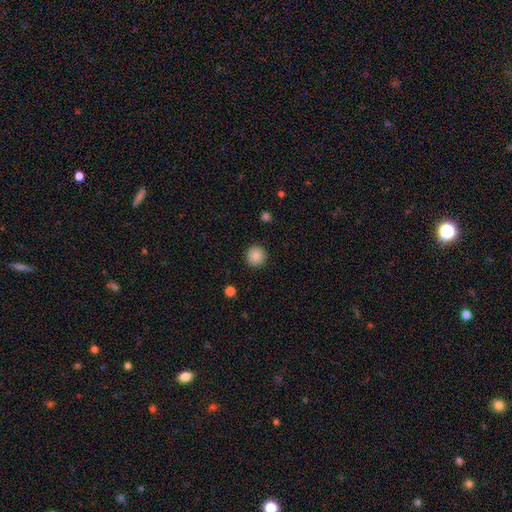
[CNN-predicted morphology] Overall: smooth (88%). How rounded: round (95%). Merging: none (92%).